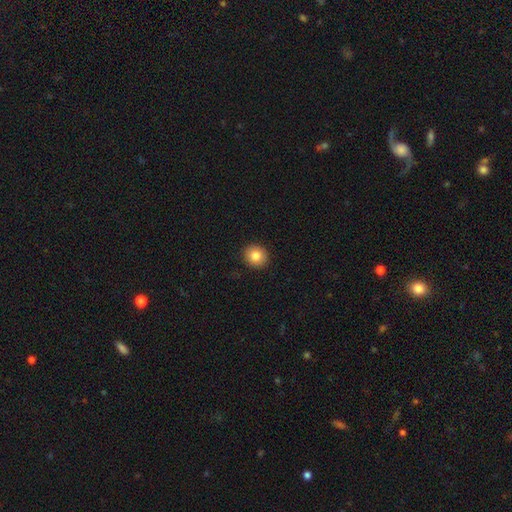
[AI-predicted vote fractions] This appears to be a smooth galaxy with no disk features (83%) that is round (84%). Merging: none (92%).